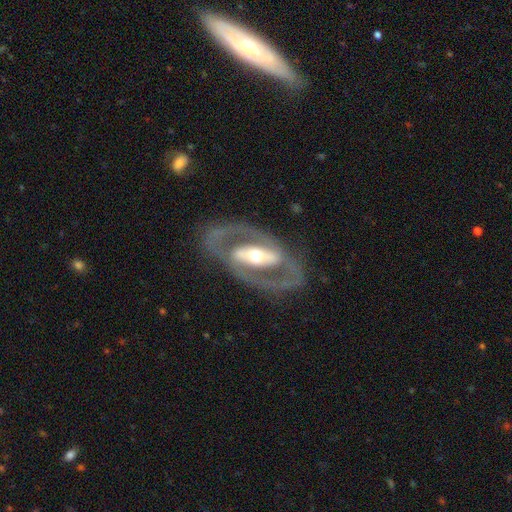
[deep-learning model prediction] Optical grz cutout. It shows a featured or disk galaxy (85%) with a strong bar (51%), 2 (85%) medium (47%) spiral arms (65%) and a moderate central bulge (66%). Merging: none (78%).